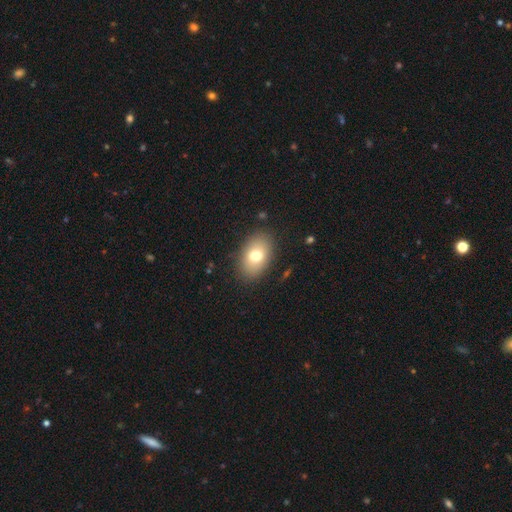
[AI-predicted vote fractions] Morphology: type=smooth (75%); roundness=in between (86%); merging=none (86%).